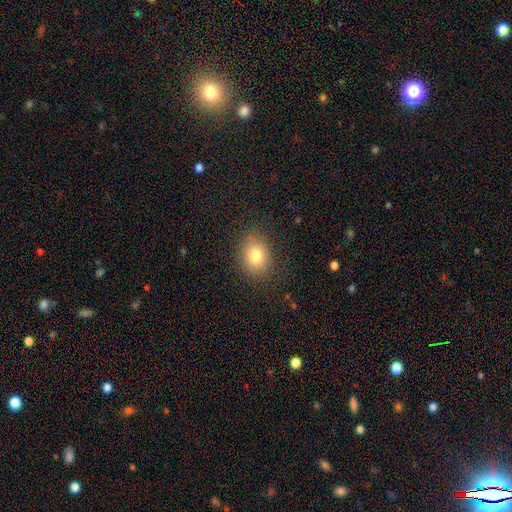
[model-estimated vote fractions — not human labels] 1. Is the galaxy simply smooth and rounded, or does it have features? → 80% smooth, 10% star or artifact, 10% featured or disk.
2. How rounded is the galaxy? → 66% in between, 33% round, 1% cigar-shaped.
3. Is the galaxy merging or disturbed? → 84% none, 12% minor disturbance, 4% major disturbance, 1% merger.